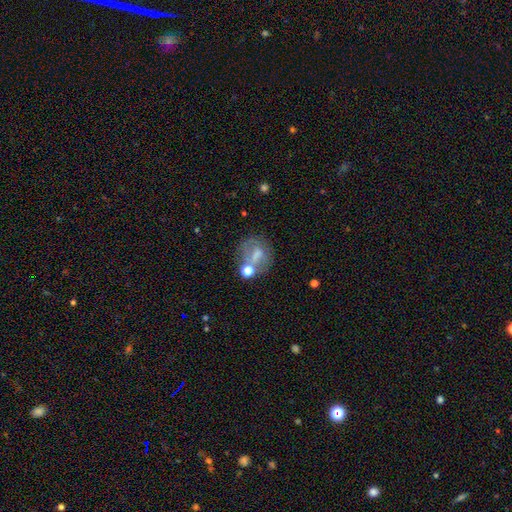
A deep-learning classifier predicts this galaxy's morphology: A smooth galaxy with no disk features (51%) that is round (61%). Merging: none (47%).